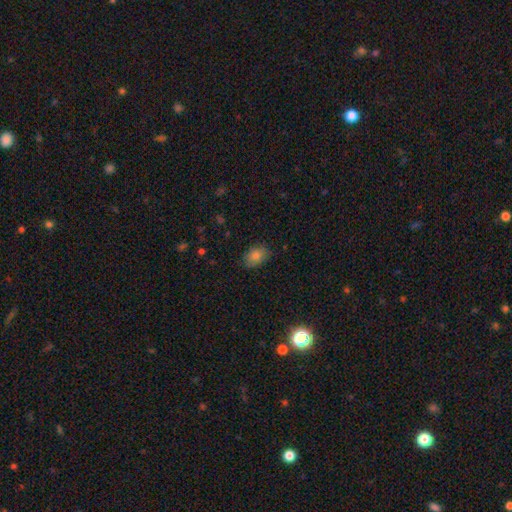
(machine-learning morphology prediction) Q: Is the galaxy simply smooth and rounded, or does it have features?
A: smooth — 80%.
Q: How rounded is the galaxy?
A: in between — 75%.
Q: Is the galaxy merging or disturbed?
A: none — 81%.